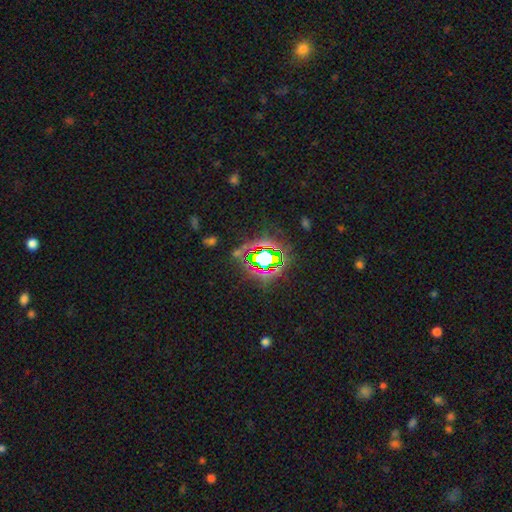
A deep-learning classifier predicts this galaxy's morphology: This is likely a star or artifact rather than a galaxy (78%).